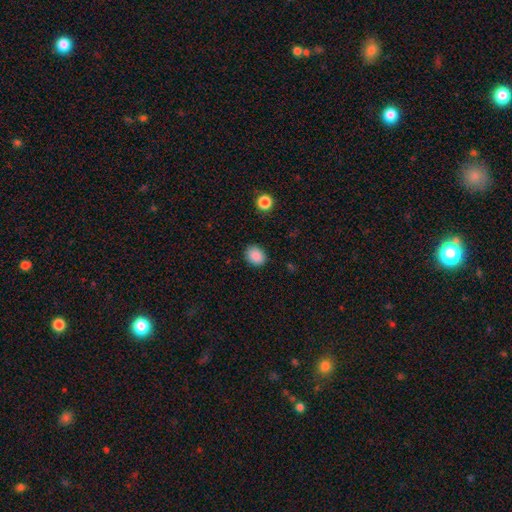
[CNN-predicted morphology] type=smooth (89%); roundness=in between (51%); merging=none (87%).